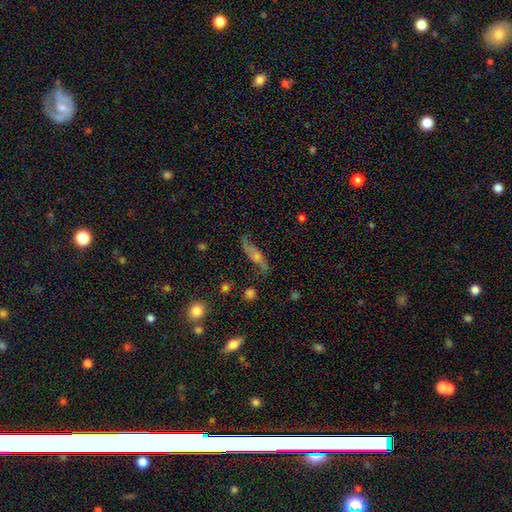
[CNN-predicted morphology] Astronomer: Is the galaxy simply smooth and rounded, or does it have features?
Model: featured or disk — 61%.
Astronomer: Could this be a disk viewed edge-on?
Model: no — 67%.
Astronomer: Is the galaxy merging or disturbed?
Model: none — 59%.